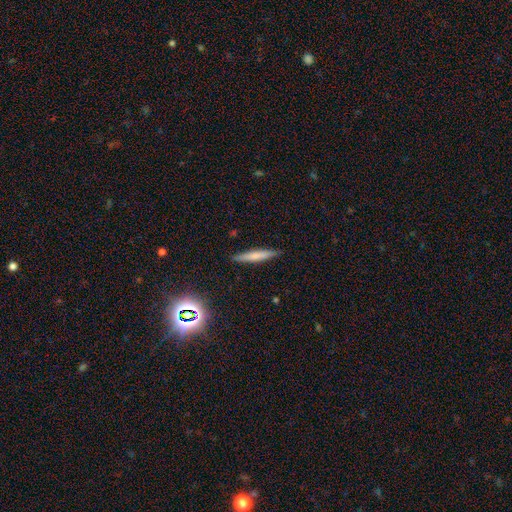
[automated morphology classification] A smooth galaxy with no disk features (64%) that is cigar-shaped (93%).

Vote fractions:
- Smooth or featured? smooth: 64% / featured or disk: 28% / star or artifact: 8%
- How rounded? cigar-shaped: 93% / in between: 6% / round: 1%
- Merging? none: 89% / minor disturbance: 8% / major disturbance: 2% / merger: 1%